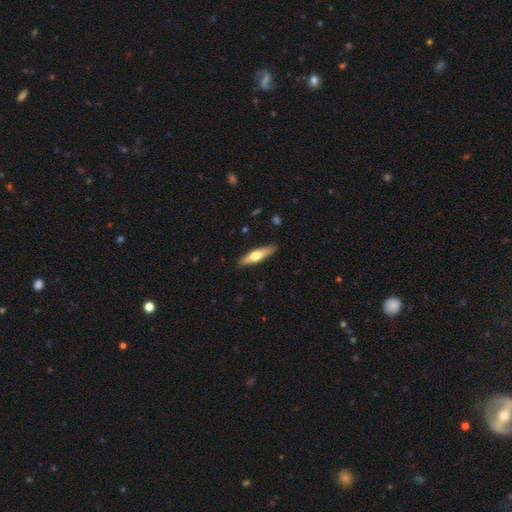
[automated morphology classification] This is possibly a smooth galaxy (49%). Merging: clearly none (89%).